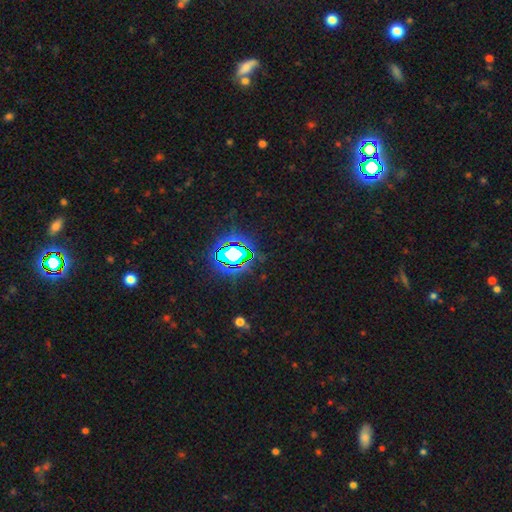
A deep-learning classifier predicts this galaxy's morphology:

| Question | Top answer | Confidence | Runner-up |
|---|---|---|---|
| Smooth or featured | star or artifact | 81% | smooth (11%) |